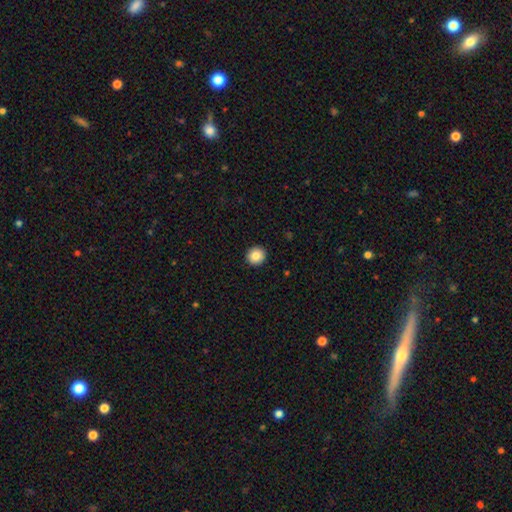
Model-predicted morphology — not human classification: The model was most divided on "smooth or featured": smooth: 86%, star or artifact: 9%, featured or disk: 5%. More confident: merging — none (93%); how rounded — round (91%).